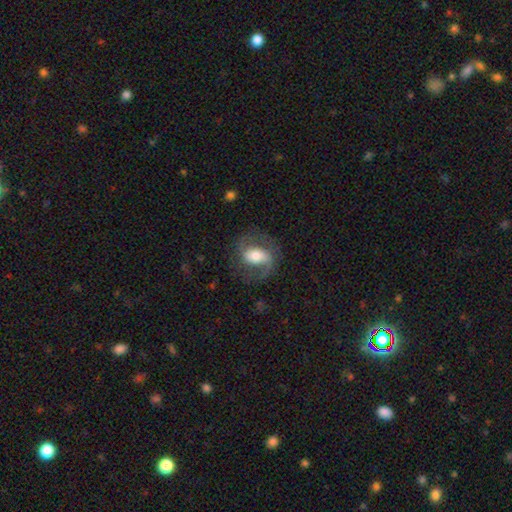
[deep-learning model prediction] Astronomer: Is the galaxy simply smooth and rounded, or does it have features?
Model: featured or disk — 75%.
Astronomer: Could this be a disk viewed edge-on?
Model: no — 96%.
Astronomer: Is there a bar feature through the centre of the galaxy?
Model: weak — 39% (runner-up: strong, 31%).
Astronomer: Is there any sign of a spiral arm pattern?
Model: yes — 91%.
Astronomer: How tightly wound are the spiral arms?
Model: medium — 49% (runner-up: loose, 35%).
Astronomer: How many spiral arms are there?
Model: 2 — 83%.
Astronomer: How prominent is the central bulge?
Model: moderate — 57%.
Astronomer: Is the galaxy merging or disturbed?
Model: none — 70%.